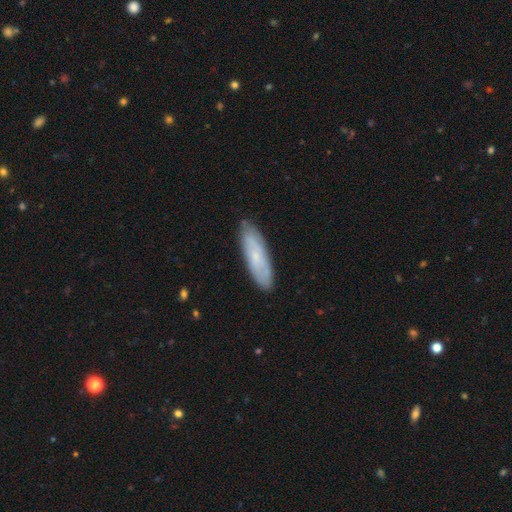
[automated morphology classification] The model was most divided on "smooth or featured": smooth: 54%, featured or disk: 38%, star or artifact: 8%. More confident: merging — none (85%); how rounded — cigar-shaped (59%).